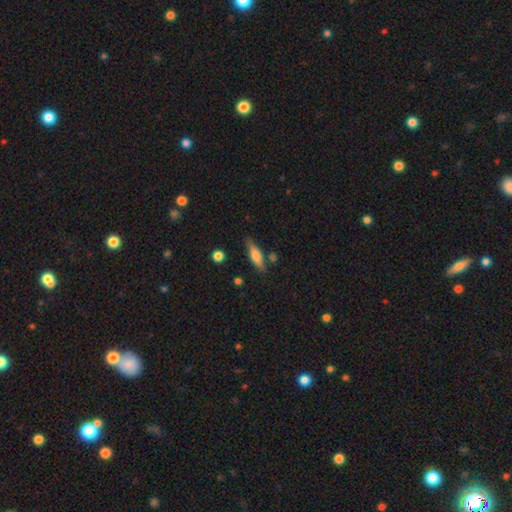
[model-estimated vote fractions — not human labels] A smooth galaxy with no disk features (58%) that is cigar-shaped (56%).

Vote fractions:
- Smooth or featured? smooth: 58% / featured or disk: 35% / star or artifact: 7%
- How rounded? cigar-shaped: 56% / in between: 41% / round: 3%
- Merging? none: 77% / minor disturbance: 14% / merger: 5% / major disturbance: 3%